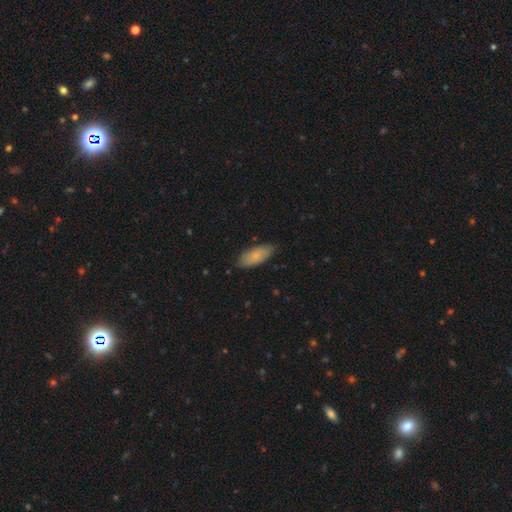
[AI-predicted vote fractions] Smooth or featured: smooth — 81% (featured or disk — 13%)
How rounded: in between — 84% (cigar-shaped — 15%)
Merging: none — 79% (minor disturbance — 17%)